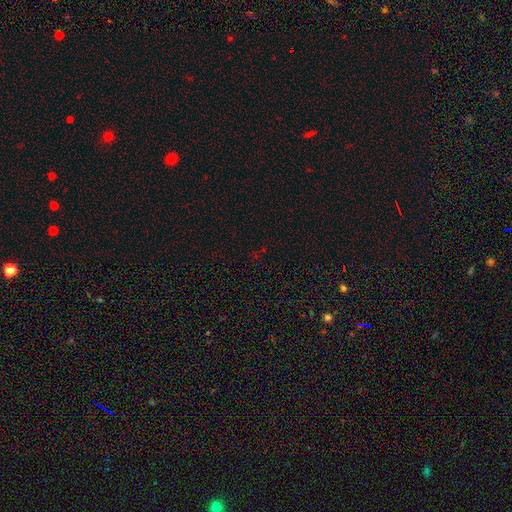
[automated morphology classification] Smooth or featured: star or artifact — 69% (smooth — 24%)